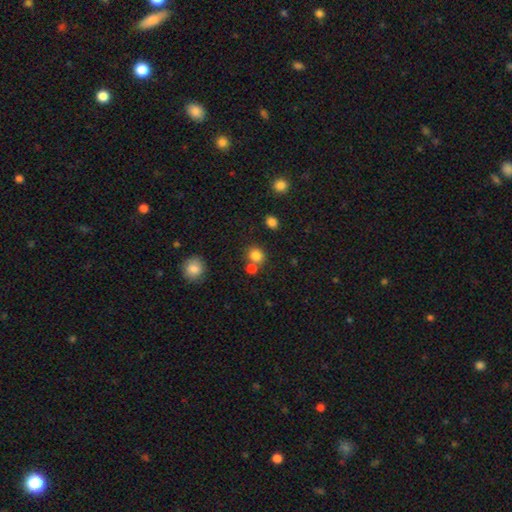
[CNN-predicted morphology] This appears to be a smooth galaxy with no disk features (82%) that is round (78%). Merging: none (62%).